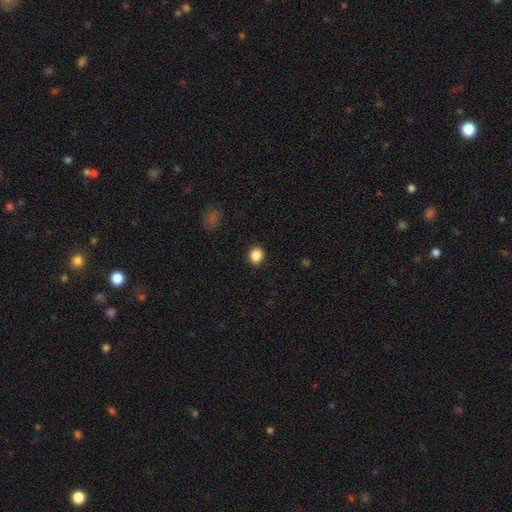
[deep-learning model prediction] smooth 87%, star or artifact 10%, featured or disk 3%. Down the decision tree: how rounded — round (71%); merging — none (90%).